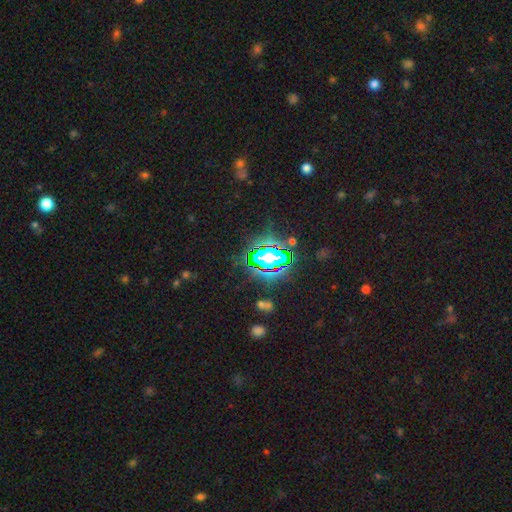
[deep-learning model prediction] star or artifact 77%, smooth 15%, featured or disk 9%.